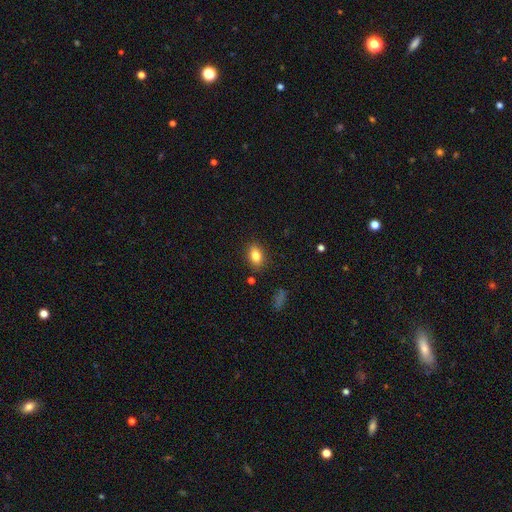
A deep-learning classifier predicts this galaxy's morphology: This appears to be a smooth galaxy with no disk features (82%) that is in between round and cigar-shaped (81%). Merging: none (85%).